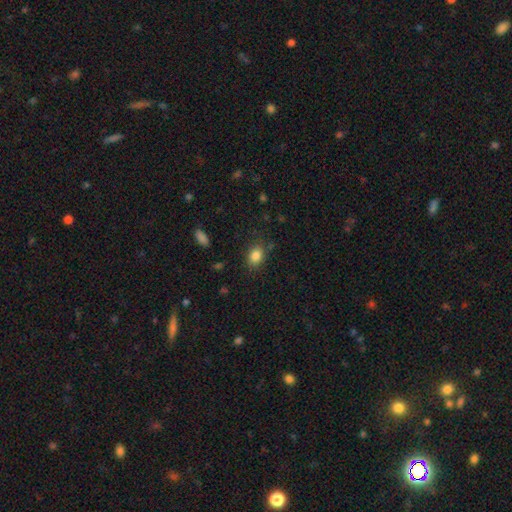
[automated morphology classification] type=smooth (85%); roundness=in between (70%); merging=none (81%).